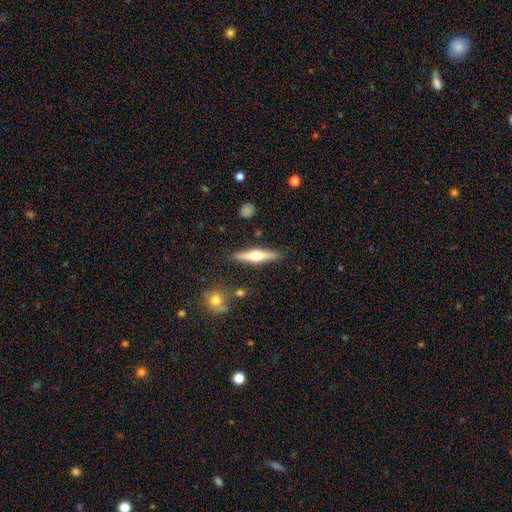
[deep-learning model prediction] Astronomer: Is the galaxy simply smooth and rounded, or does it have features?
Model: featured or disk — 62%.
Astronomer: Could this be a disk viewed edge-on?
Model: yes — 96%.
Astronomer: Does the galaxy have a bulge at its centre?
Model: rounded — 94%.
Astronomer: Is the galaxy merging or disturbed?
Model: none — 88%.